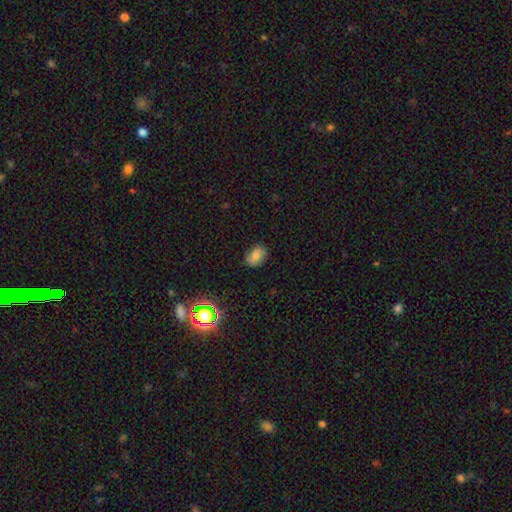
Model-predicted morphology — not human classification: The model was most divided on "how rounded": in between: 74%, round: 25%, cigar-shaped: 1%. More confident: merging — none (79%); smooth or featured — smooth (74%).